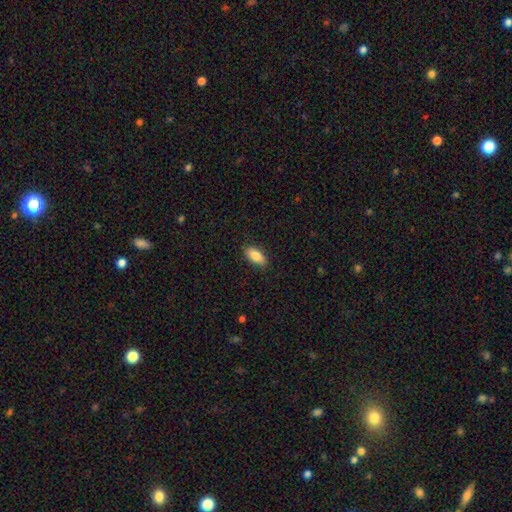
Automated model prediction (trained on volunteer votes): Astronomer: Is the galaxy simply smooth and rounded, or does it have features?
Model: smooth — 86%.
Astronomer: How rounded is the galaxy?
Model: in between — 87%.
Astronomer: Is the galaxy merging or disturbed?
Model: none — 87%.